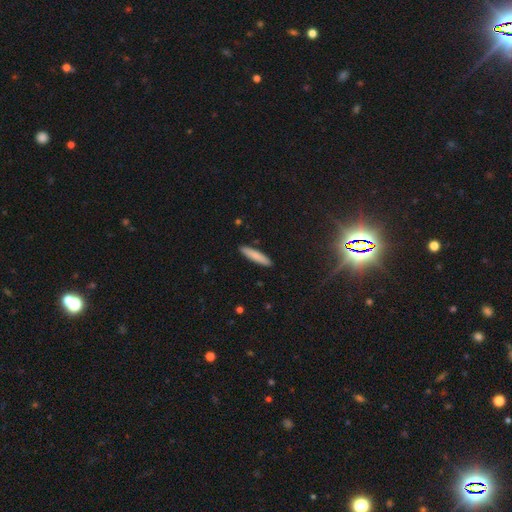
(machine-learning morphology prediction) smooth_or_featured: smooth (p=0.82) [alt: featured or disk p=0.12]
how_rounded: cigar-shaped (p=0.86) [alt: in between p=0.13]
merging: none (p=0.91) [alt: minor disturbance p=0.06]